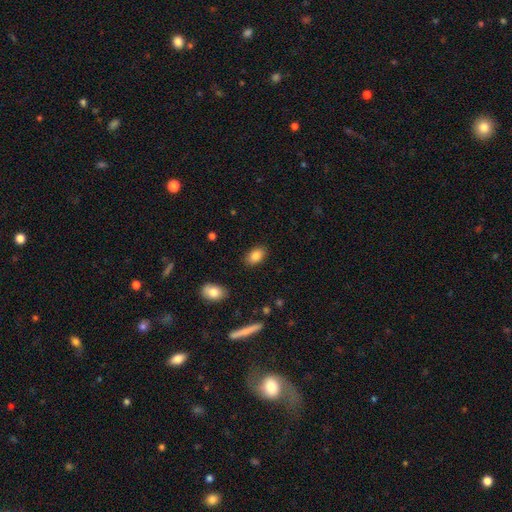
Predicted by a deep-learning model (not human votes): Smooth or featured? Predicted: smooth (p=0.86). How rounded? Predicted: in between (p=0.88). Merging? Predicted: none (p=0.87).